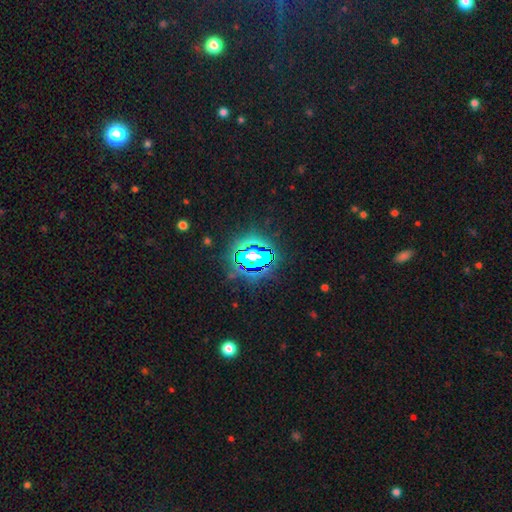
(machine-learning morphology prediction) This appears to be a star or artifact, not a galaxy (72%).